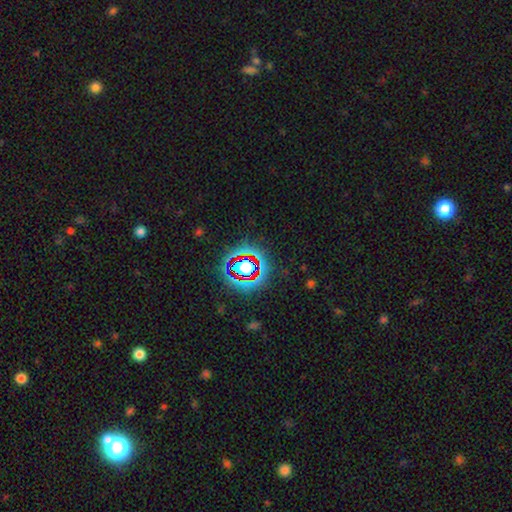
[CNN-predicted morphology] This appears to be a star or artifact, not a galaxy (73%).